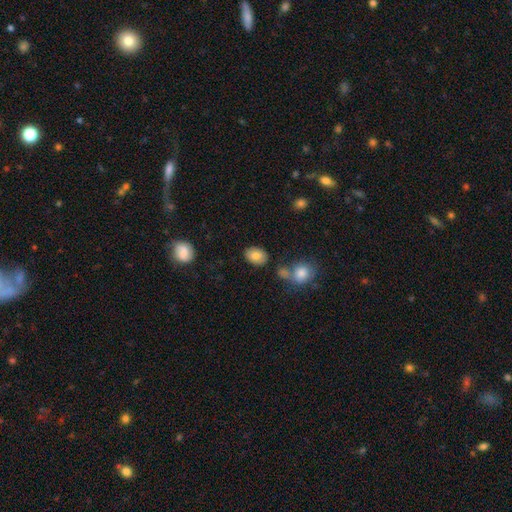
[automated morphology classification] This appears to be a smooth galaxy with no disk features (81%) that is in between round and cigar-shaped (77%). Merging: none (79%).